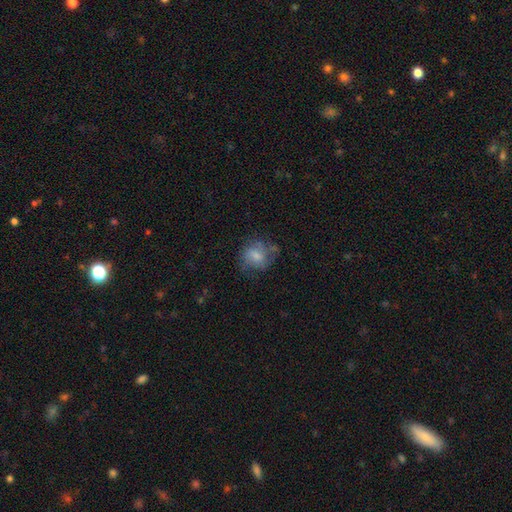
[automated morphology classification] smooth 59%, featured or disk 32%, star or artifact 9%. Down the decision tree: how rounded — round (66%); merging — none (54%).